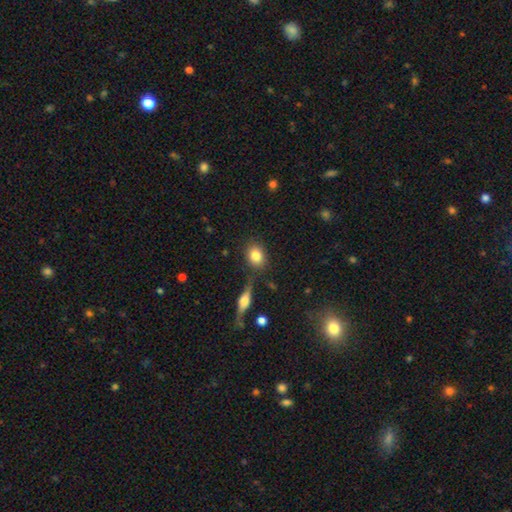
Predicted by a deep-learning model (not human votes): Overall: smooth (81%). How rounded: in between (55%; round 43%). Merging: none (78%).